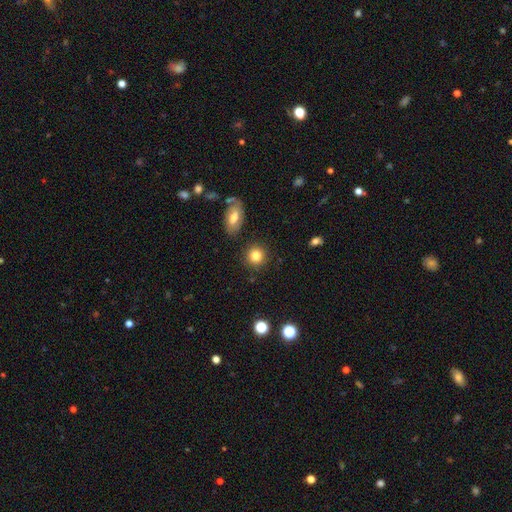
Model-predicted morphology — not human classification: This appears to be a smooth galaxy with no disk features (83%) that is round (87%). Merging: none (87%).